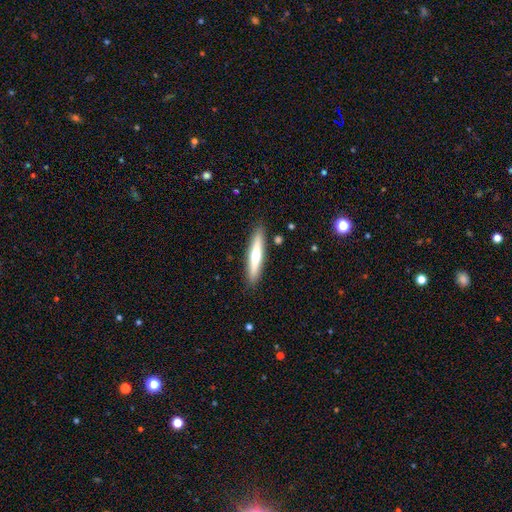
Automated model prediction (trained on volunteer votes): Smooth or featured? featured or disk (48%)
Merging? none (89%)